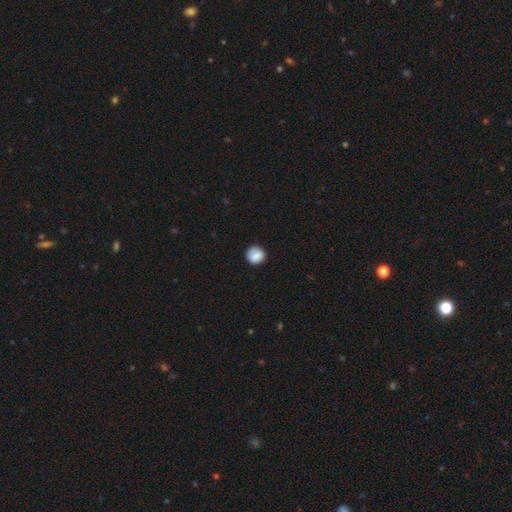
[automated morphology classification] smooth_or_featured: smooth (p=0.86) [alt: star or artifact p=0.08]
how_rounded: round (p=0.91) [alt: in between p=0.08]
merging: none (p=0.83) [alt: minor disturbance p=0.13]